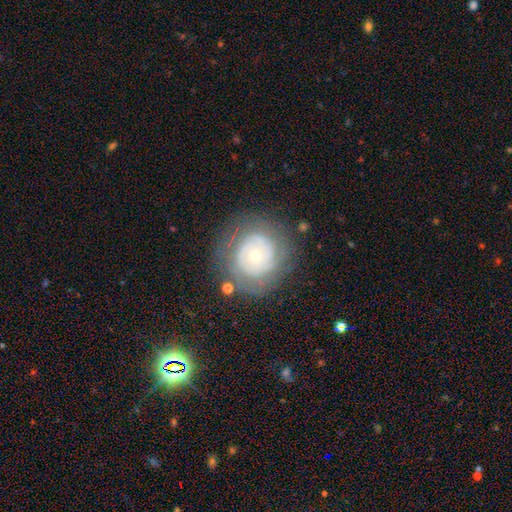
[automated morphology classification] The model was most divided on "spiral arms": yes: 66%, no: 34%. More confident: edge-on disk — no (97%); bar — no (85%); merging — none (73%); bulge size — small (67%); smooth or featured — featured or disk (65%).